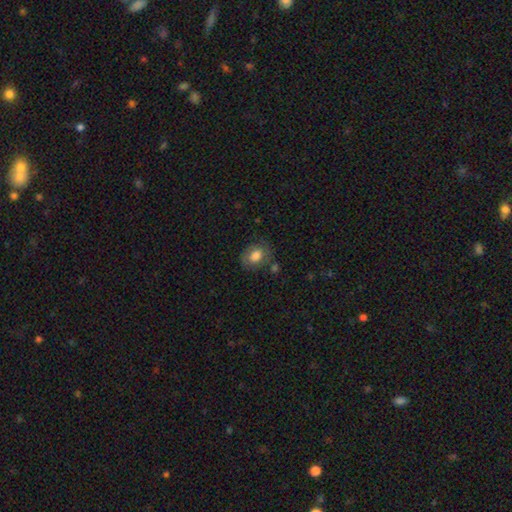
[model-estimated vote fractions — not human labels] Smooth or featured: smooth — 77% (featured or disk — 15%)
How rounded: in between — 60% (round — 39%)
Merging: none — 70% (minor disturbance — 19%)